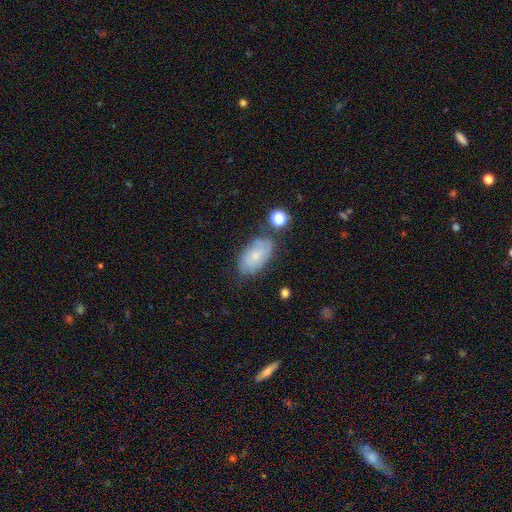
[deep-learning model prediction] Smooth or featured?
  - smooth: 56% *
  - featured or disk: 36%
  - star or artifact: 8%
How rounded?
  - in between: 92% *
  - round: 5%
  - cigar-shaped: 3%
Merging?
  - none: 66% *
  - minor disturbance: 22%
  - major disturbance: 6%
  - merger: 5%